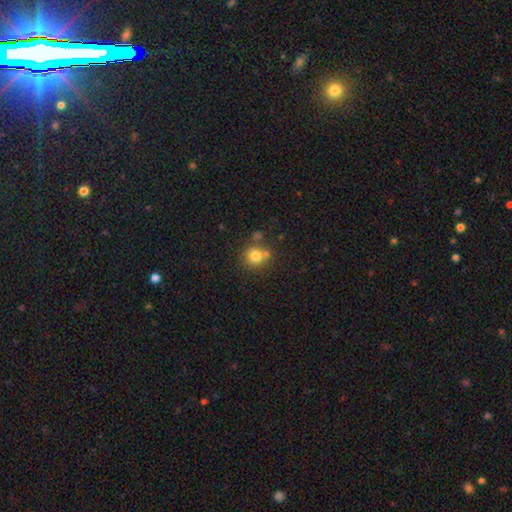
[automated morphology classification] A smooth galaxy with no disk features (79%) that is round (88%). Merging: none (66%).